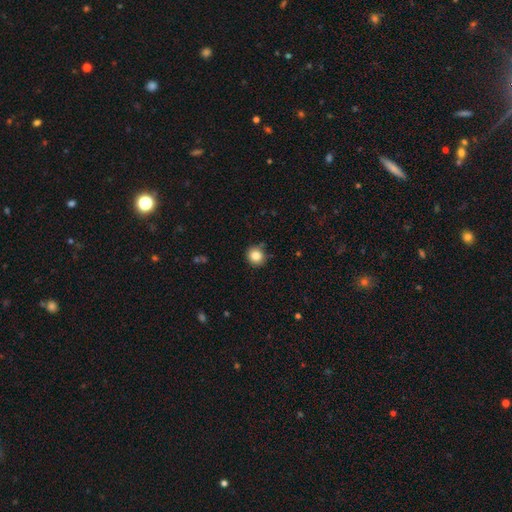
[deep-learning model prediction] The model was most divided on "merging": none: 84%, minor disturbance: 12%, major disturbance: 2%, merger: 2%. More confident: how rounded — round (90%); smooth or featured — smooth (84%).